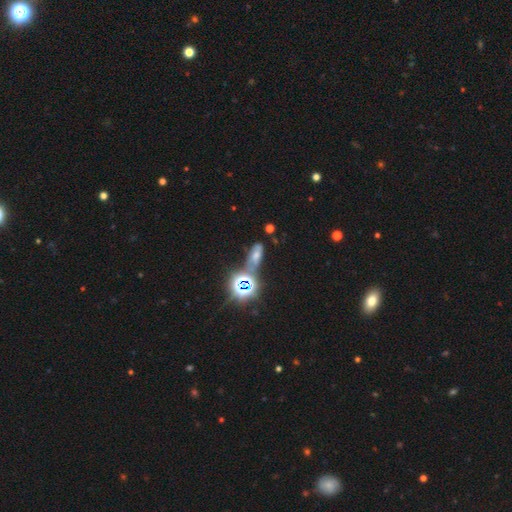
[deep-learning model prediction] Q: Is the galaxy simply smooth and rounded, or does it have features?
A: star or artifact — 43%.